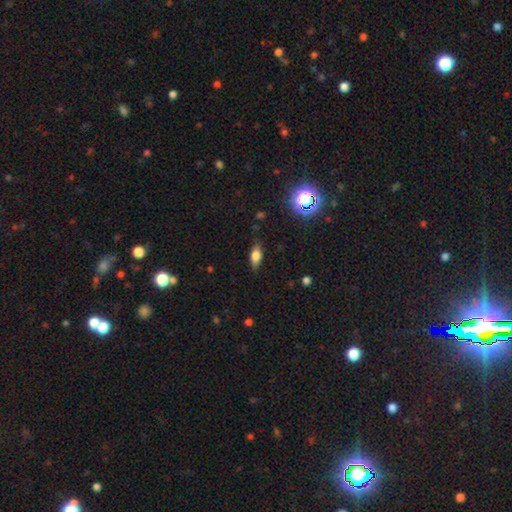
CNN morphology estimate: This appears to be a smooth galaxy with no disk features (67%) that is in between round and cigar-shaped (78%). Merging: none (83%).